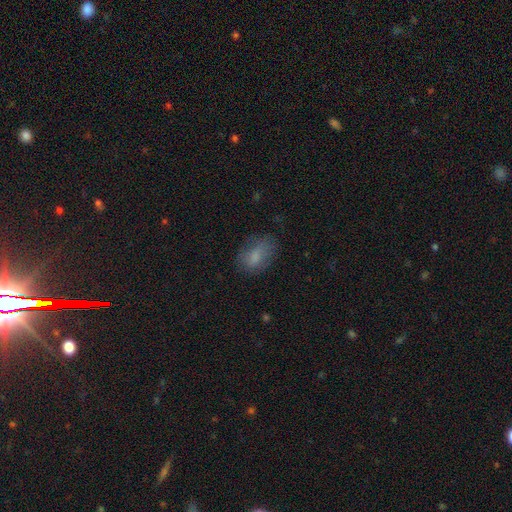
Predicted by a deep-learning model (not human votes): The model was most divided on "merging": none: 64%, minor disturbance: 23%, major disturbance: 11%, merger: 2%. More confident: how rounded — in between (83%); smooth or featured — smooth (75%).